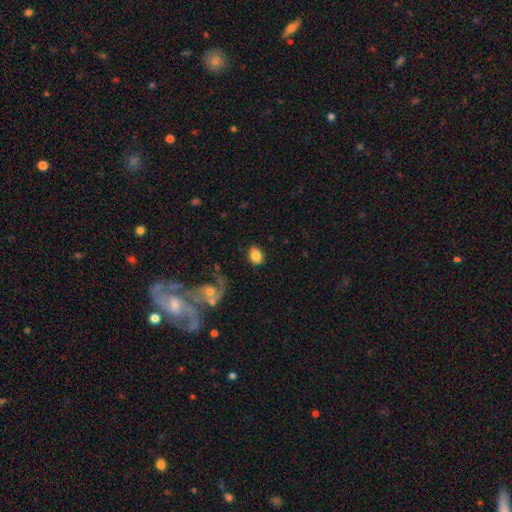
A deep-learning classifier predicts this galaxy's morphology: smooth-or-featured: smooth: 79% | featured or disk: 13% | star or artifact: 8%
  how-rounded: in between: 60% | round: 39% | cigar-shaped: 1%
  merging: none: 71% | minor disturbance: 16% | major disturbance: 7% | merger: 6%